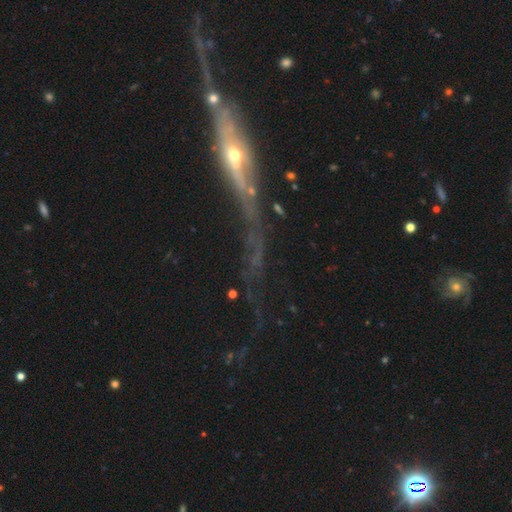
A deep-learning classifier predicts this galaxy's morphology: Smooth or featured? Predicted: featured or disk (p=0.73). Edge-on disk? Predicted: yes (p=0.64). Merging? Predicted: none (p=0.37).